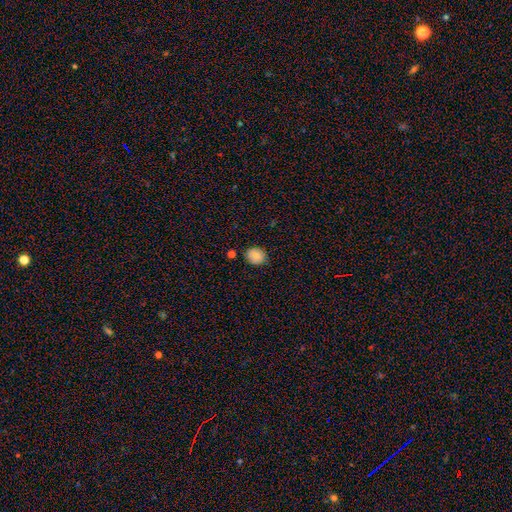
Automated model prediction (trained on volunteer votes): This is clearly a smooth galaxy (85%). How rounded: likely round (67%). Merging: clearly none (82%).